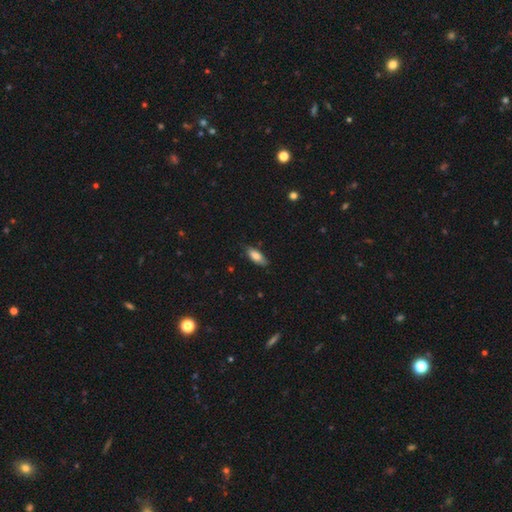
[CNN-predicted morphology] A smooth galaxy with no disk features (81%) that is in between round and cigar-shaped (79%). Merging: none (78%).